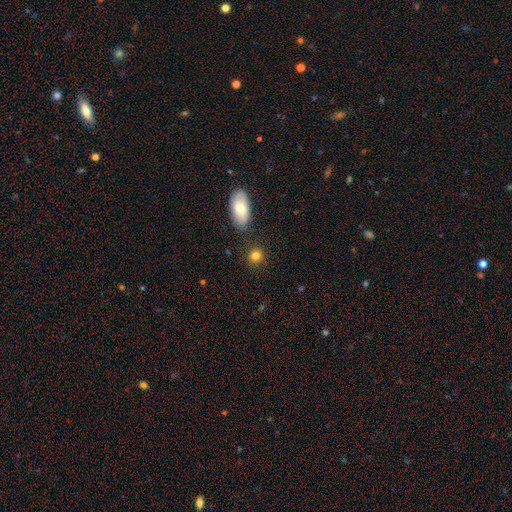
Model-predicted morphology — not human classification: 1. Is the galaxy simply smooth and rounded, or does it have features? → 82% smooth, 10% star or artifact, 8% featured or disk.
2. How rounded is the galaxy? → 75% round, 24% in between, 2% cigar-shaped.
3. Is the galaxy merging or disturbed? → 84% none, 9% minor disturbance, 4% merger, 3% major disturbance.